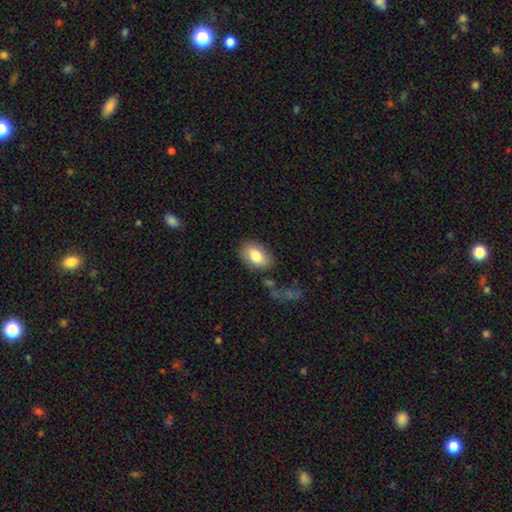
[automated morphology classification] smooth-or-featured: smooth: 81% | featured or disk: 12% | star or artifact: 7%
  how-rounded: in between: 89% | round: 9% | cigar-shaped: 2%
  merging: none: 81% | minor disturbance: 13% | major disturbance: 3% | merger: 3%